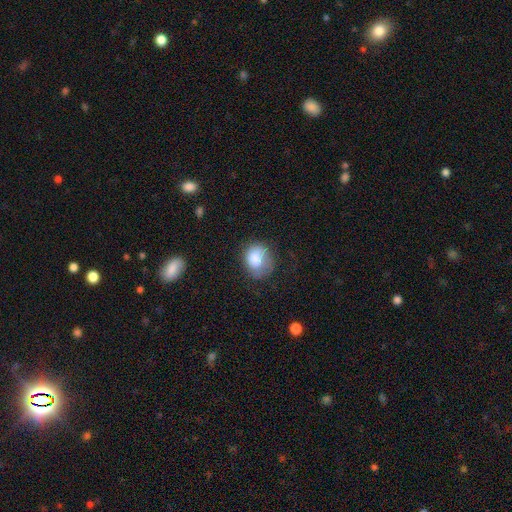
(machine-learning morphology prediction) This is likely a smooth galaxy (80%). How rounded: possibly round (59%). Merging: possibly none (51%).